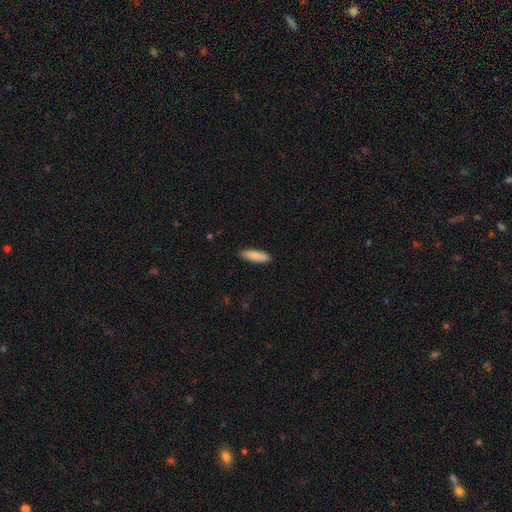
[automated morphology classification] smooth_or_featured: smooth (p=0.87) [alt: featured or disk p=0.07]
how_rounded: cigar-shaped (p=0.53) [alt: in between p=0.46]
merging: none (p=0.87) [alt: minor disturbance p=0.10]